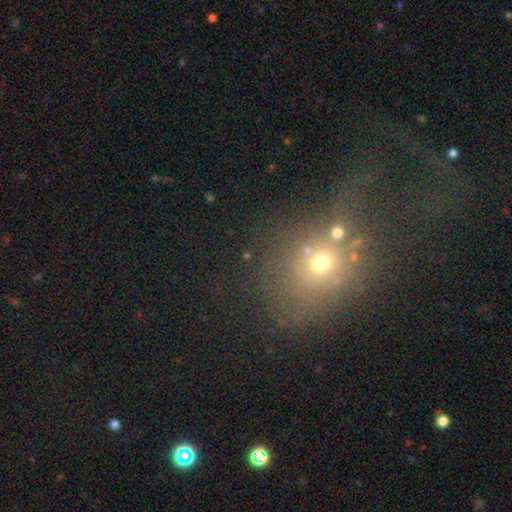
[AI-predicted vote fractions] Smooth or featured? Predicted: smooth (p=0.46). Merging? Predicted: merger (p=0.31).